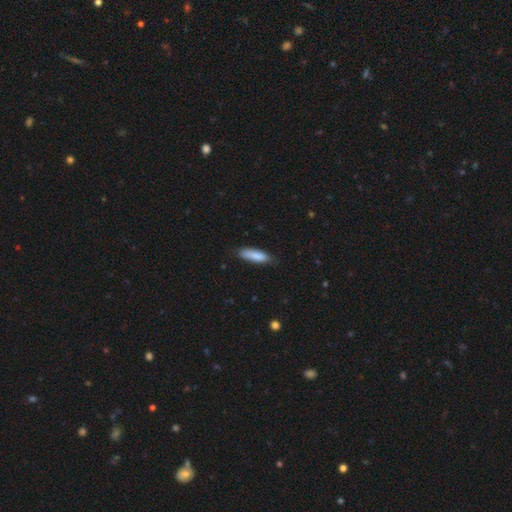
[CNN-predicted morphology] smooth_or_featured: smooth (p=0.85) [alt: featured or disk p=0.10]
how_rounded: cigar-shaped (p=0.58) [alt: in between p=0.40]
merging: none (p=0.76) [alt: minor disturbance p=0.20]